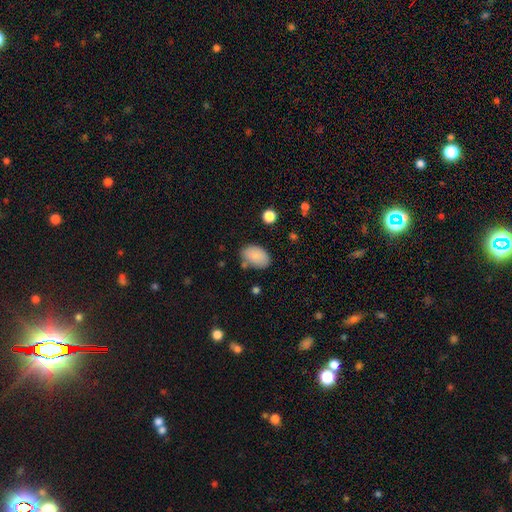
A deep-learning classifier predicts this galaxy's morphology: Q: Smooth or featured?
A: smooth (86%); runner-up: star or artifact (7%)
Q: How rounded?
A: in between (90%); runner-up: round (9%)
Q: Merging?
A: none (74%); runner-up: minor disturbance (17%)